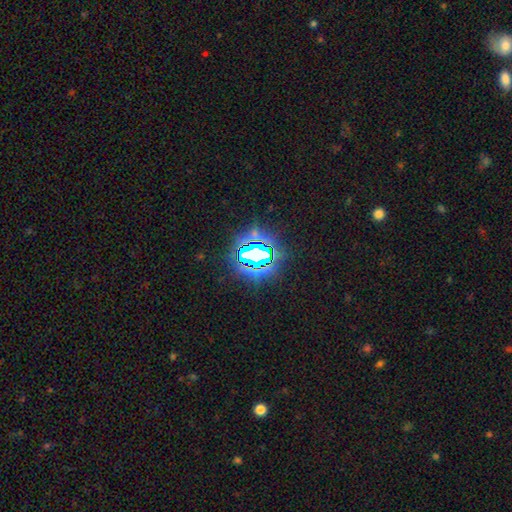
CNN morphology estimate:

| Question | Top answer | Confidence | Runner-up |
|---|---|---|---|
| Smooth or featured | star or artifact | 73% | smooth (16%) |